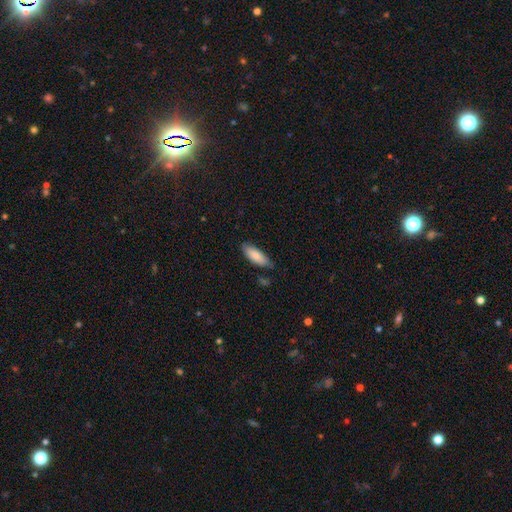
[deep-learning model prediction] A smooth galaxy with no disk features (85%) that is in between round and cigar-shaped (69%). Merging: none (76%).